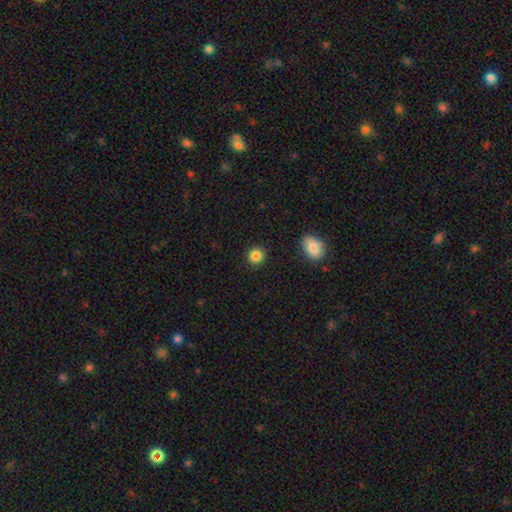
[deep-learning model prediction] Smooth or featured: smooth — 86% (star or artifact — 10%)
How rounded: round — 90% (in between — 9%)
Merging: none — 90% (minor disturbance — 6%)